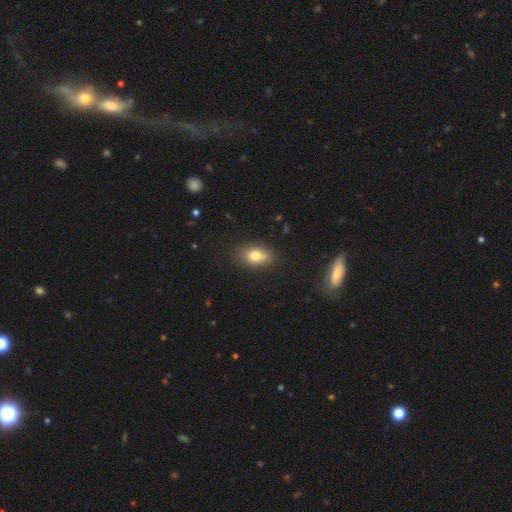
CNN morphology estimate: The model was most divided on "merging": none: 78%, minor disturbance: 15%, merger: 4%, major disturbance: 3%. More confident: how rounded — in between (81%); smooth or featured — smooth (77%).